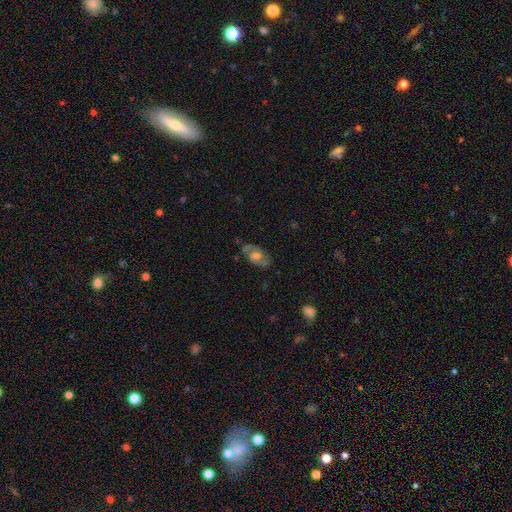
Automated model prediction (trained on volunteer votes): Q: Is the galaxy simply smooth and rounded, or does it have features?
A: featured or disk — 64%.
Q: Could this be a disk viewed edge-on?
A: no — 93%.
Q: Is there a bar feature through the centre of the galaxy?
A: no — 60%.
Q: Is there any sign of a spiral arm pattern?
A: yes — 74%.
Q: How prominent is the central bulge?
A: moderate — 40%.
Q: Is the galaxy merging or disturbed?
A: none — 70%.